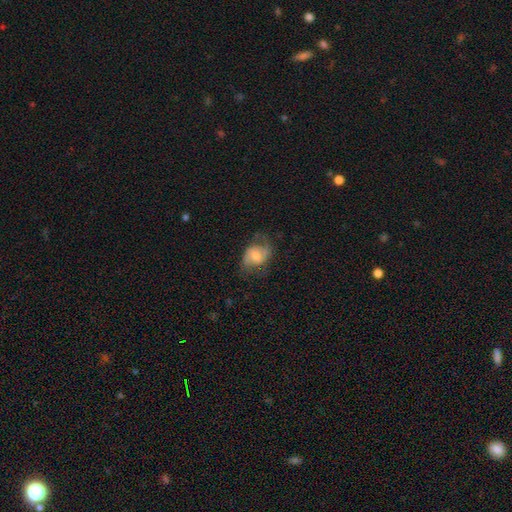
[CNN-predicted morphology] This is possibly a featured or disk galaxy (52%). It is clearly not viewed edge-on (96%). Merging: possibly none (57%).